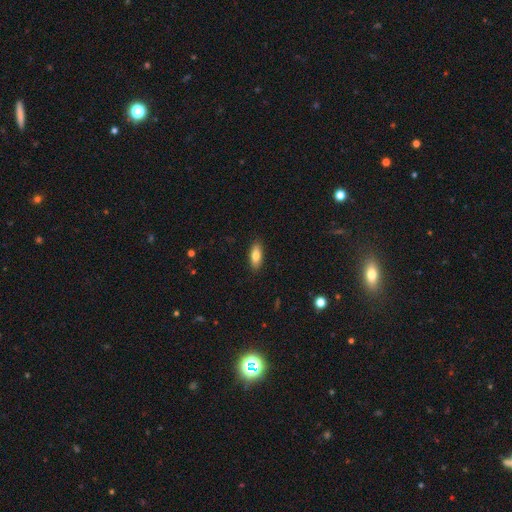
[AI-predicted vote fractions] Morphology: type=smooth (80%); roundness=in between (76%); merging=none (89%).